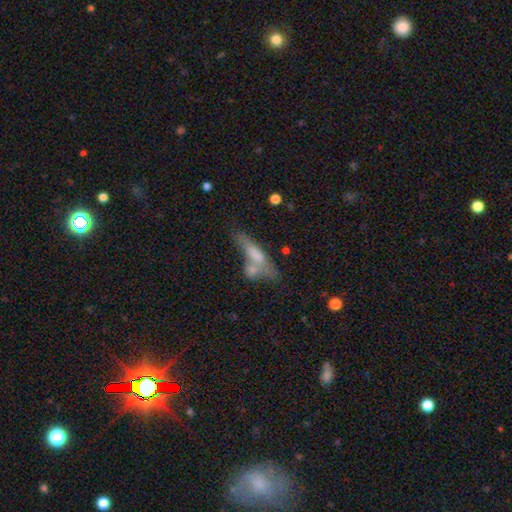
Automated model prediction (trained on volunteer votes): smooth_or_featured: smooth (p=0.60) [alt: featured or disk p=0.31]
how_rounded: cigar-shaped (p=0.62) [alt: in between p=0.34]
merging: merger (p=0.40) [alt: none p=0.32]